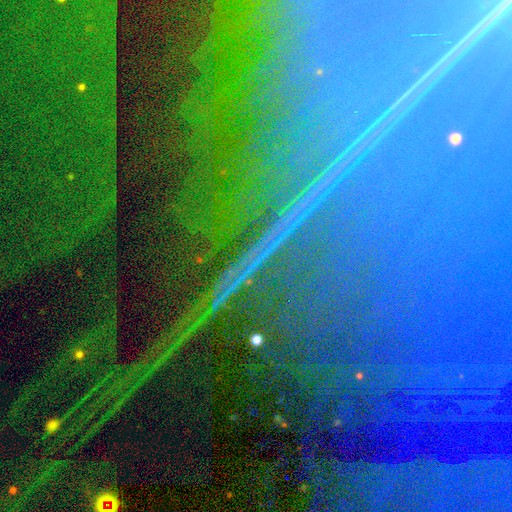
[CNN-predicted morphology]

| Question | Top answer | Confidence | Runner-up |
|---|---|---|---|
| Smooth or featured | star or artifact | 86% | featured or disk (9%) |